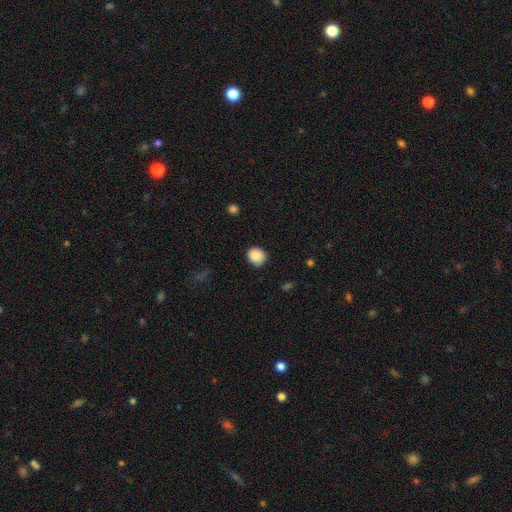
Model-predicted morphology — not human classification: smooth 87%, star or artifact 8%, featured or disk 4%. Down the decision tree: how rounded — round (78%); merging — none (81%).